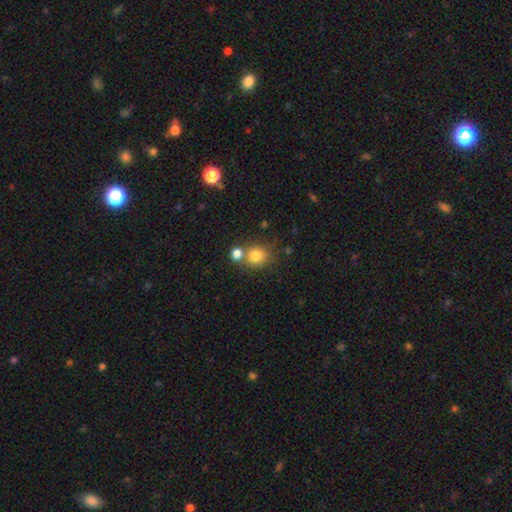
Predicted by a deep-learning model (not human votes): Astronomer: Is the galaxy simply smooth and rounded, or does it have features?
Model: smooth — 81%.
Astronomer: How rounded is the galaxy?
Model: round — 83%.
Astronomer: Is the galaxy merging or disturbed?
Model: none — 59%.